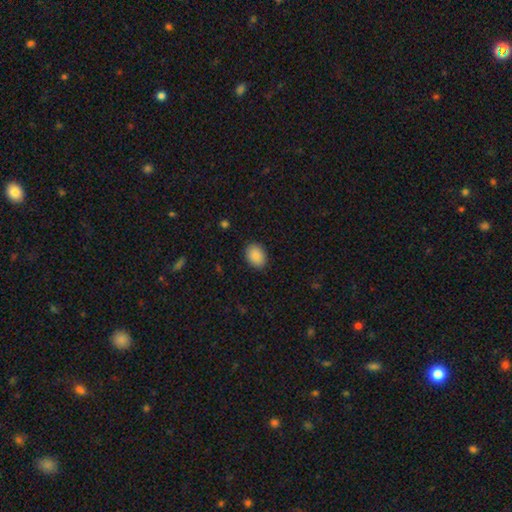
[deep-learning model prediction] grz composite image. It shows a smooth galaxy with no disk features (88%) that is in between round and cigar-shaped (72%). Merging: none (88%).